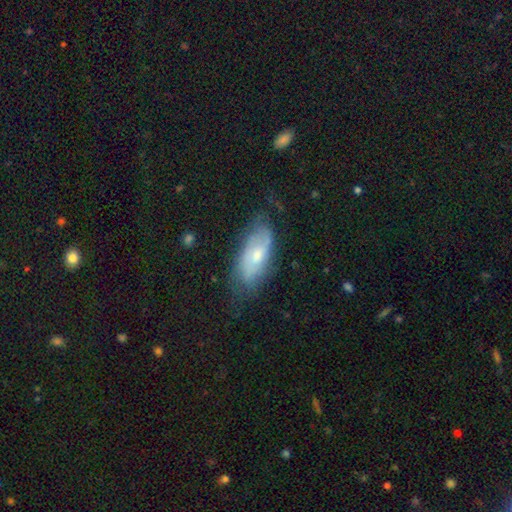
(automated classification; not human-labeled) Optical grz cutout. It shows a featured or disk galaxy (49%). Merging: none (61%).